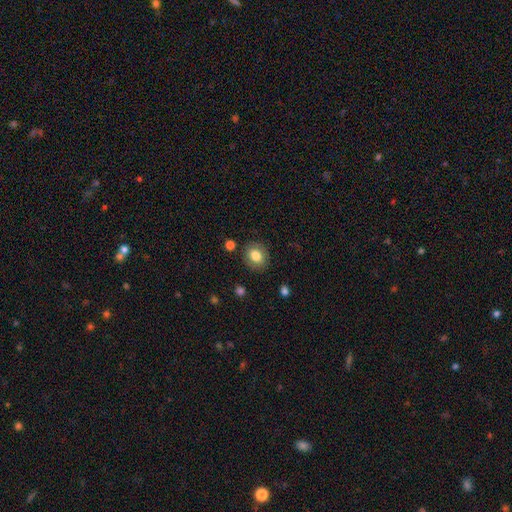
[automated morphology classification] A smooth galaxy with no disk features (81%) that is round (63%).

Vote fractions:
- Smooth or featured? smooth: 81% / featured or disk: 10% / star or artifact: 9%
- How rounded? round: 63% / in between: 36% / cigar-shaped: 1%
- Merging? none: 85% / minor disturbance: 10% / major disturbance: 3% / merger: 2%